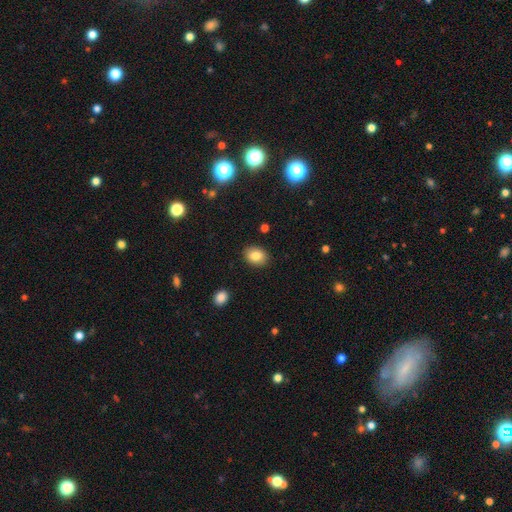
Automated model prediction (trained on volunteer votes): The model was most divided on "how rounded": in between: 54%, round: 45%, cigar-shaped: 1%. More confident: merging — none (89%); smooth or featured — smooth (83%).